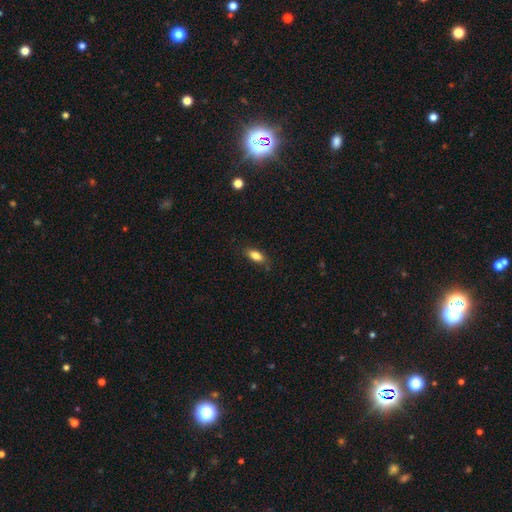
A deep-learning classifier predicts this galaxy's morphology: This is clearly a smooth galaxy (84%). How rounded: clearly in between (82%). Merging: clearly none (83%).